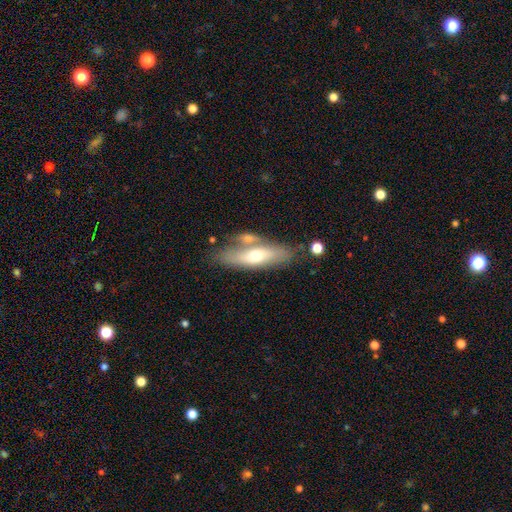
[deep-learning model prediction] A smooth galaxy with no disk features (50%). Merging: none (60%).